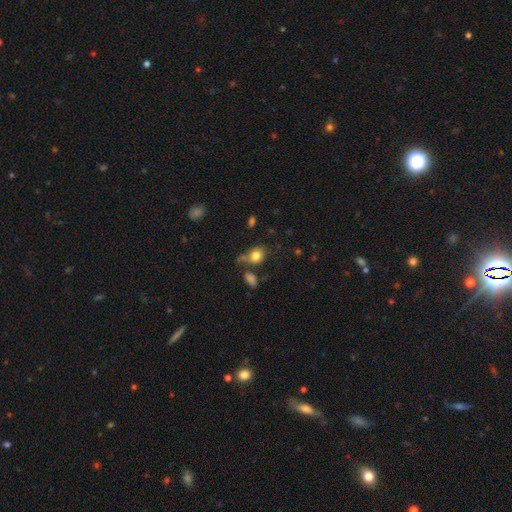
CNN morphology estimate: A smooth galaxy with no disk features (80%) that is in between round and cigar-shaped (55%).

Vote fractions:
- Smooth or featured? smooth: 80% / star or artifact: 10% / featured or disk: 10%
- How rounded? in between: 55% / round: 44% / cigar-shaped: 2%
- Merging? none: 56% / minor disturbance: 21% / merger: 14% / major disturbance: 10%